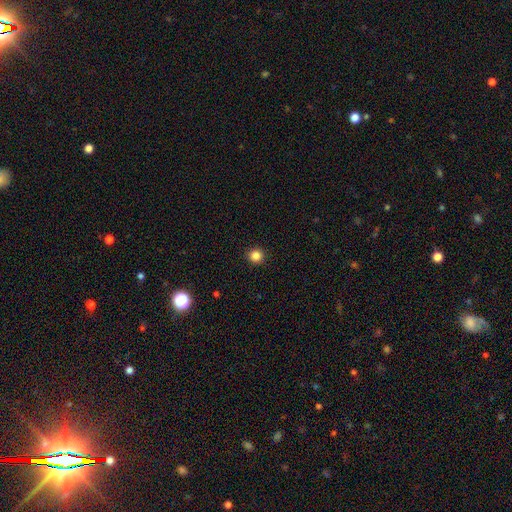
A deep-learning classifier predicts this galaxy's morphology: Smooth or featured? smooth (84%)
How rounded? round (94%)
Merging? none (93%)